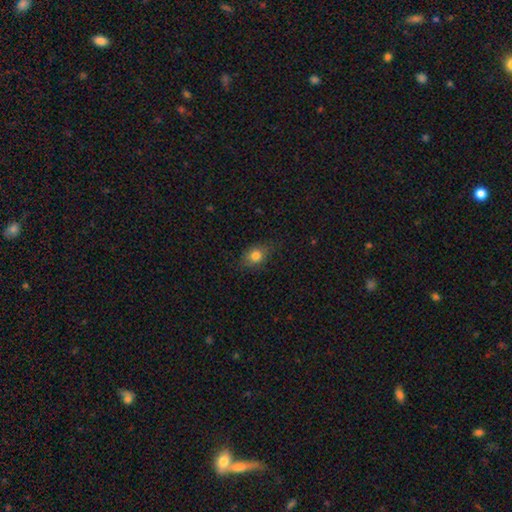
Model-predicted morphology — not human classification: Smooth or featured?
  - smooth: 80% *
  - star or artifact: 11%
  - featured or disk: 10%
How rounded?
  - in between: 58% *
  - round: 40%
  - cigar-shaped: 2%
Merging?
  - none: 77% *
  - minor disturbance: 18%
  - major disturbance: 4%
  - merger: 1%